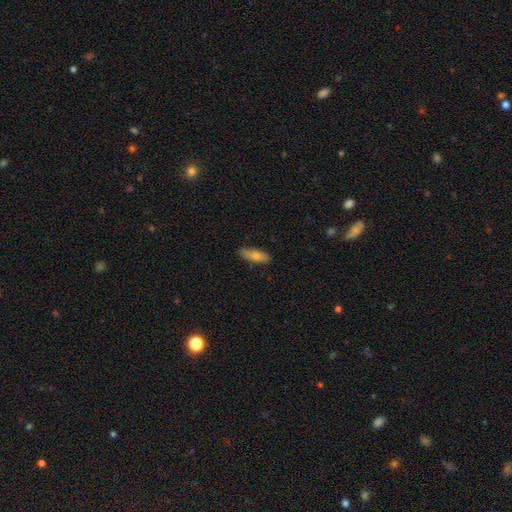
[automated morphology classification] This is likely a smooth galaxy (71%). How rounded: possibly in between (49%, tied with cigar-shaped). Merging: clearly none (86%).